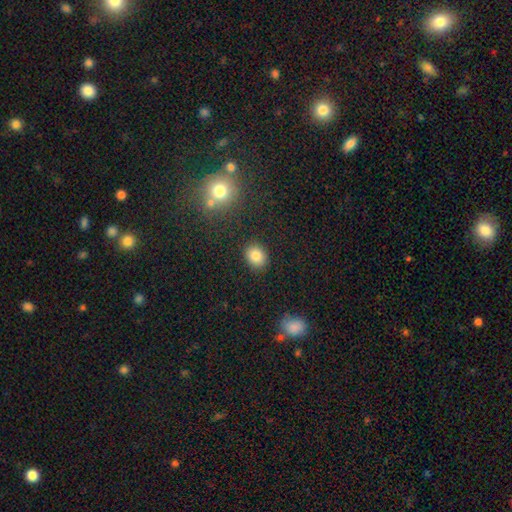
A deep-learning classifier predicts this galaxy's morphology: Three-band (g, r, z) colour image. It shows a smooth galaxy with no disk features (84%) that is round (55%). Merging: none (88%).